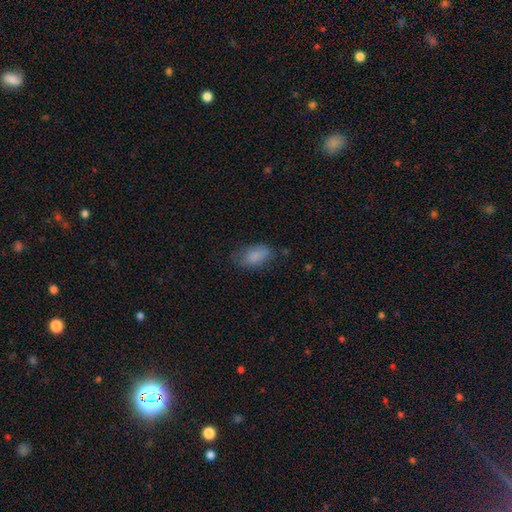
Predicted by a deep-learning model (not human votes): Morphology: type=smooth (83%); roundness=in between (92%); merging=none (64%).